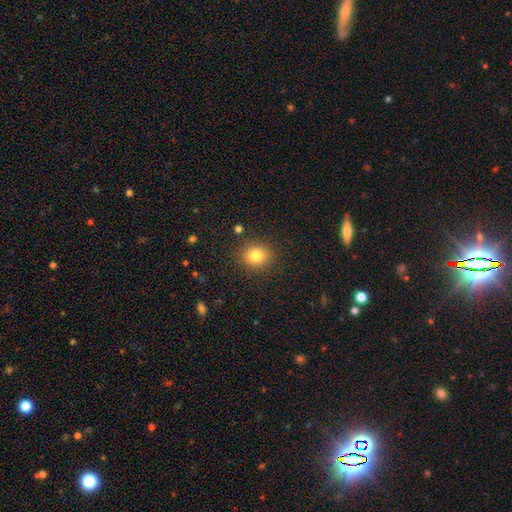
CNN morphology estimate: Smooth or featured?
  - smooth: 82% *
  - star or artifact: 11%
  - featured or disk: 7%
How rounded?
  - round: 75% *
  - in between: 24%
  - cigar-shaped: 1%
Merging?
  - none: 88% *
  - minor disturbance: 8%
  - major disturbance: 3%
  - merger: 2%